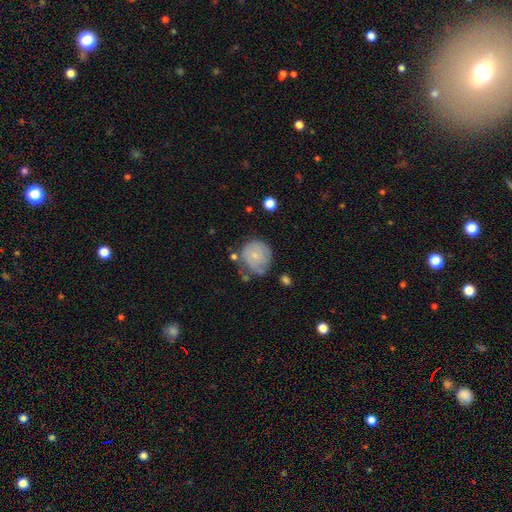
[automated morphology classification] This appears to be a smooth galaxy with no disk features (55%) that is round (80%). Merging: none (50%).